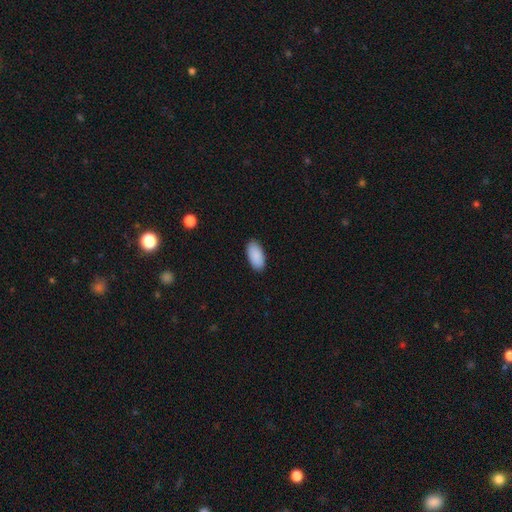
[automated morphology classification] Smooth or featured: smooth — 91% (star or artifact — 6%)
How rounded: in between — 94% (cigar-shaped — 4%)
Merging: none — 90% (minor disturbance — 7%)